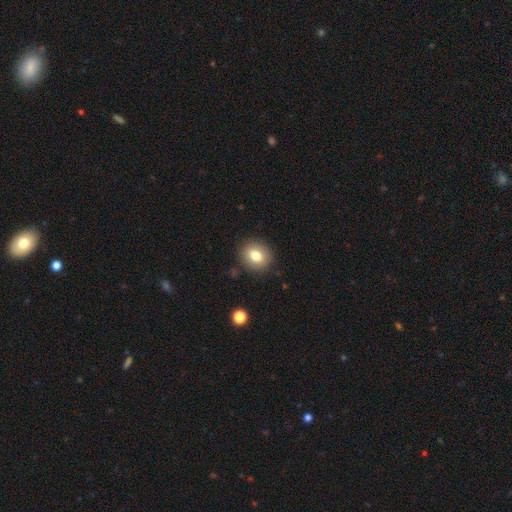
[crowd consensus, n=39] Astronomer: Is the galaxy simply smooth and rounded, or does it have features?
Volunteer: smooth — 85%.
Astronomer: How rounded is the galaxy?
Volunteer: round — 55% (runner-up: in between, 42%).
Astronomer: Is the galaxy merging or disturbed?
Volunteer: none — 94%.